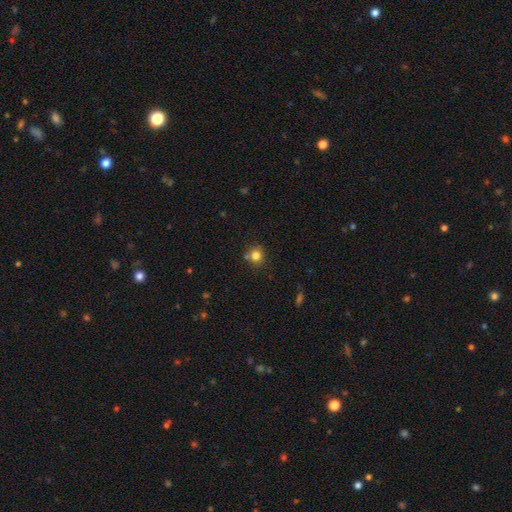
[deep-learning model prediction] Overall: smooth (80%). How rounded: round (91%). Merging: none (78%).